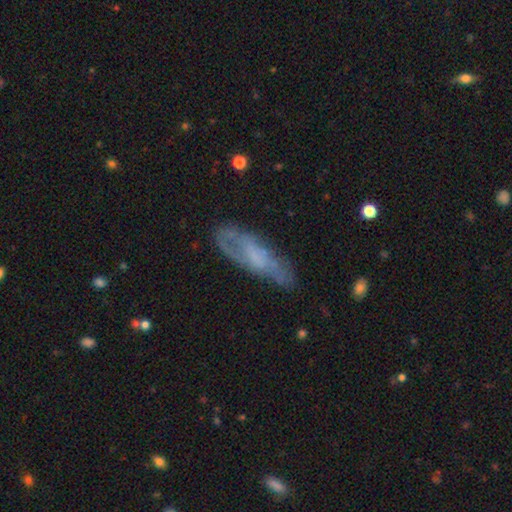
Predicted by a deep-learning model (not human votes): Overall: featured or disk (53%; smooth 38%). Edge-on disk: no (71%). Merging: none (62%; minor disturbance 24%).